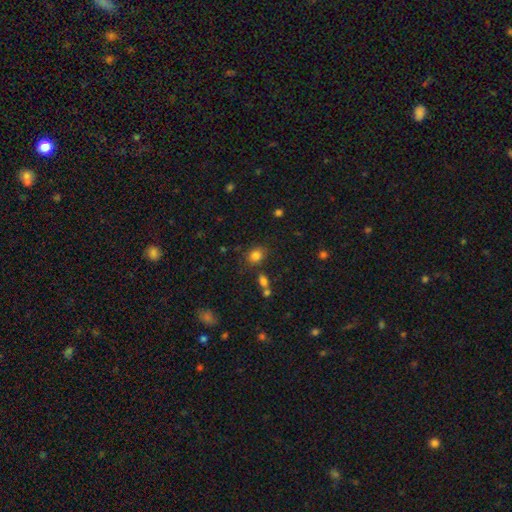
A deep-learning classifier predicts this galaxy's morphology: A smooth galaxy with no disk features (82%) that is round (57%). Merging: none (75%).